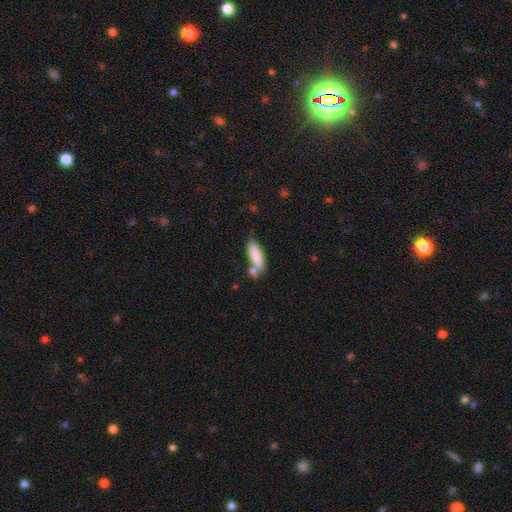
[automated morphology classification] Smooth or featured?
  - smooth: 85% *
  - featured or disk: 8%
  - star or artifact: 6%
How rounded?
  - in between: 58% *
  - cigar-shaped: 40%
  - round: 2%
Merging?
  - none: 59% *
  - merger: 20%
  - minor disturbance: 16%
  - major disturbance: 5%